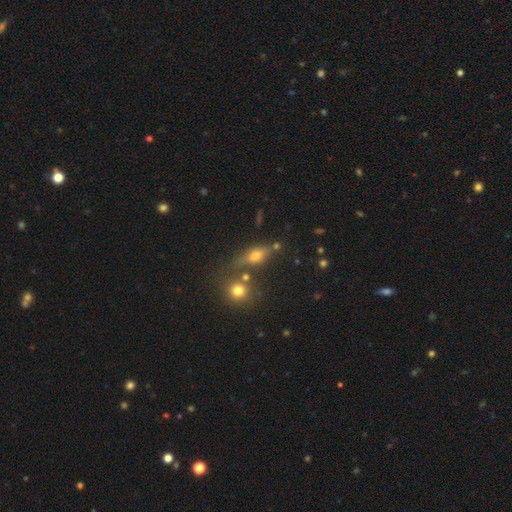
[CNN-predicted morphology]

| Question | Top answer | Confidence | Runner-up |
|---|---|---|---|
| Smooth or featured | smooth | 53% | featured or disk (31%) |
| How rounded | in between | 55% | cigar-shaped (28%) |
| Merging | none | 65% | merger (15%) |